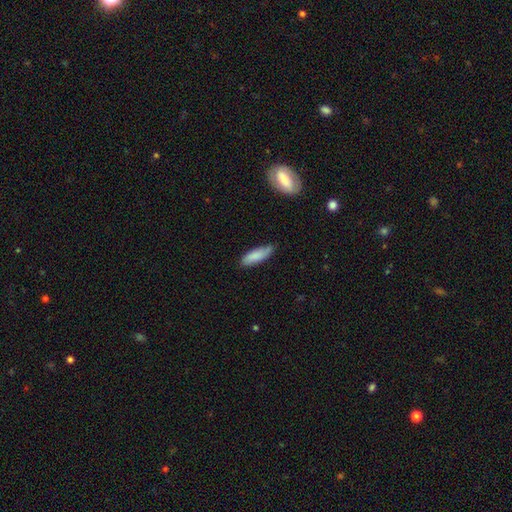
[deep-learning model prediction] This appears to be a smooth galaxy with no disk features (83%) that is in between round and cigar-shaped (52%). Merging: none (76%).